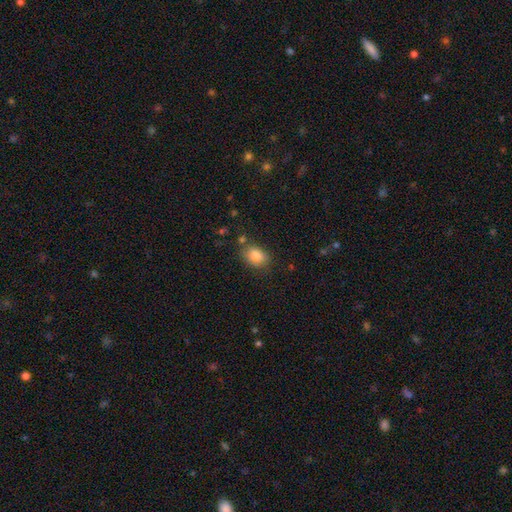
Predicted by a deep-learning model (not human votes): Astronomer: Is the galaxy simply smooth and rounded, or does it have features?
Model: smooth — 83%.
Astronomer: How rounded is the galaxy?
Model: in between — 74%.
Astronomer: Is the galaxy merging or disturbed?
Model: none — 74%.